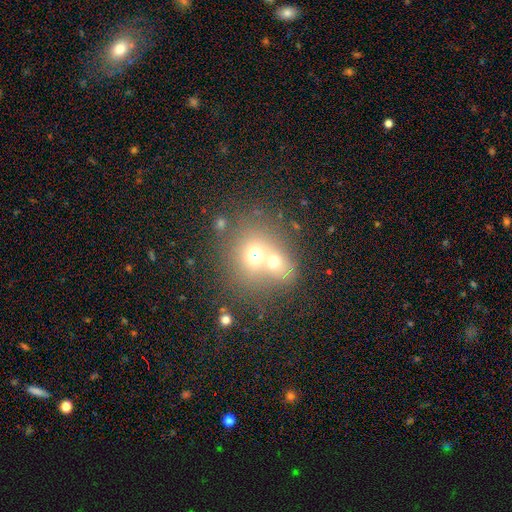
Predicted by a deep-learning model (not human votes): Q: Smooth or featured?
A: smooth (60%); runner-up: featured or disk (25%)
Q: How rounded?
A: round (69%); runner-up: in between (30%)
Q: Merging?
A: merger (64%); runner-up: none (26%)